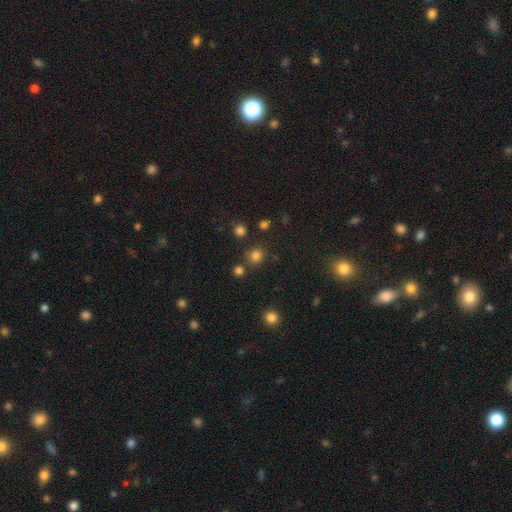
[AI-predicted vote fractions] Smooth or featured? Predicted: smooth (p=0.77). How rounded? Predicted: round (p=0.85). Merging? Predicted: none (p=0.77).